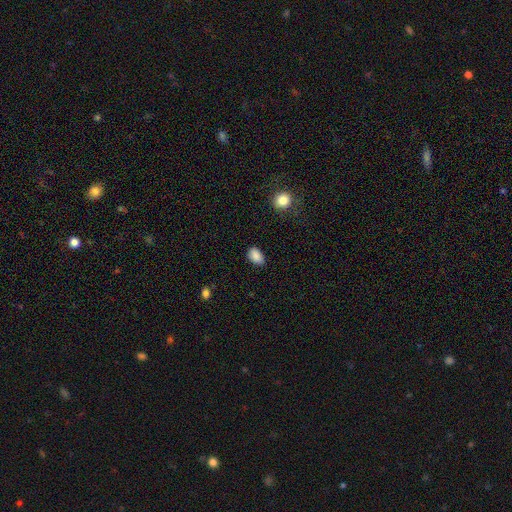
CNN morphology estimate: The model was most divided on "merging": none: 80%, minor disturbance: 16%, major disturbance: 3%, merger: 1%. More confident: how rounded — in between (89%); smooth or featured — smooth (88%).